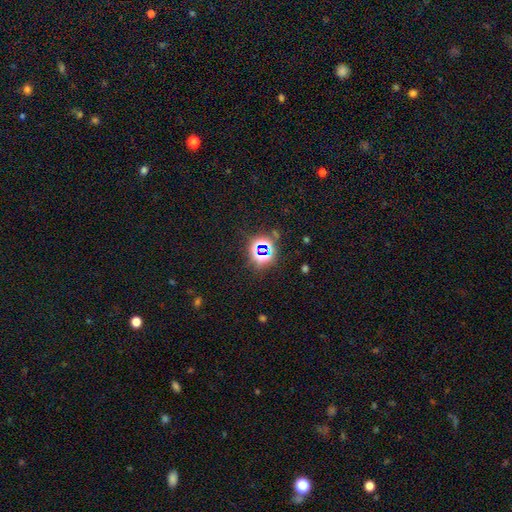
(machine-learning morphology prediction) The model was most divided on "smooth or featured": star or artifact: 75%, smooth: 17%, featured or disk: 9%.